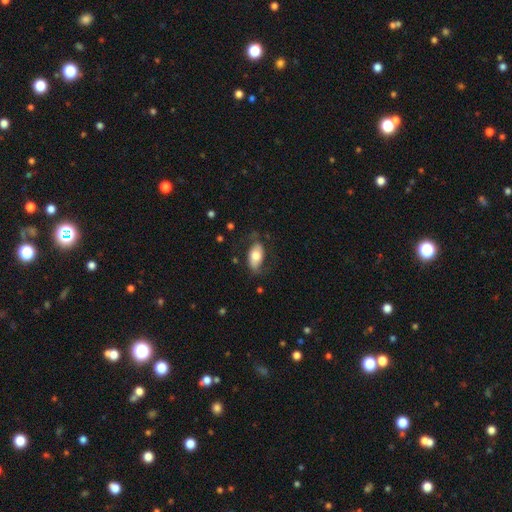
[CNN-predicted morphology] smooth 61%, featured or disk 33%, star or artifact 6%. Down the decision tree: how rounded — in between (92%); merging — none (66%).